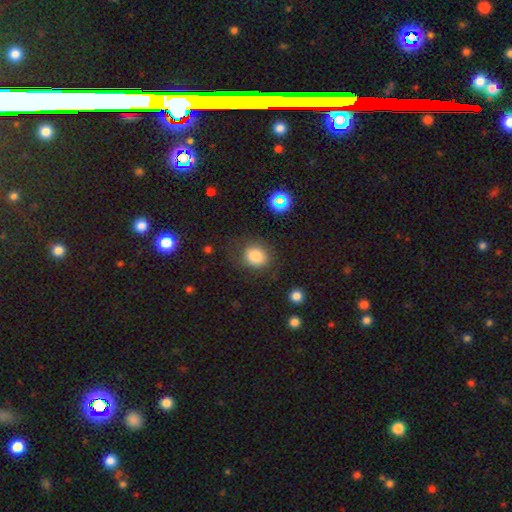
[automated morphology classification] smooth-or-featured: smooth: 81% | star or artifact: 11% | featured or disk: 7%
  how-rounded: round: 75% | in between: 25% | cigar-shaped: 1%
  merging: none: 77% | minor disturbance: 14% | major disturbance: 7% | merger: 2%